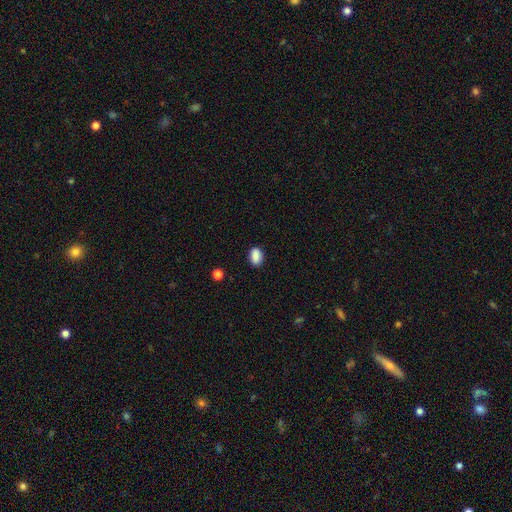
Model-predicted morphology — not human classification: Q: Smooth or featured?
A: smooth (88%); runner-up: star or artifact (9%)
Q: How rounded?
A: in between (84%); runner-up: round (14%)
Q: Merging?
A: none (85%); runner-up: minor disturbance (11%)